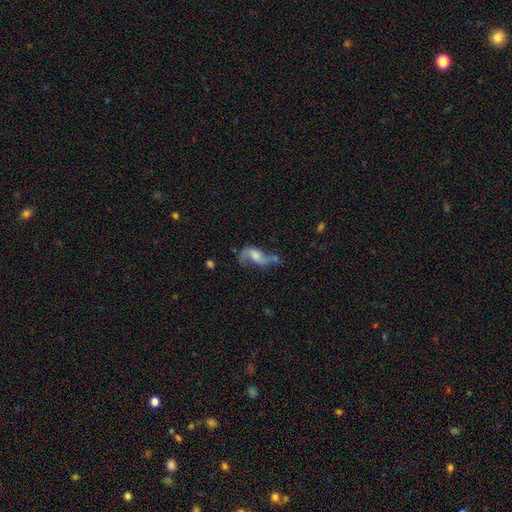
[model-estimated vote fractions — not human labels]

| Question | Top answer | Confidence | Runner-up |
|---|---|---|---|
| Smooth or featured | featured or disk | 66% | smooth (24%) |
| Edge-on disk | no | 92% | yes (8%) |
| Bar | no | 55% | weak (35%) |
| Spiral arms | yes | 84% | no (16%) |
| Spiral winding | loose | 82% | medium (15%) |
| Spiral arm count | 2 | 83% | 1 (9%) |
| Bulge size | moderate | 34% | small (26%) |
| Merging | none | 37% | major disturbance (27%) |